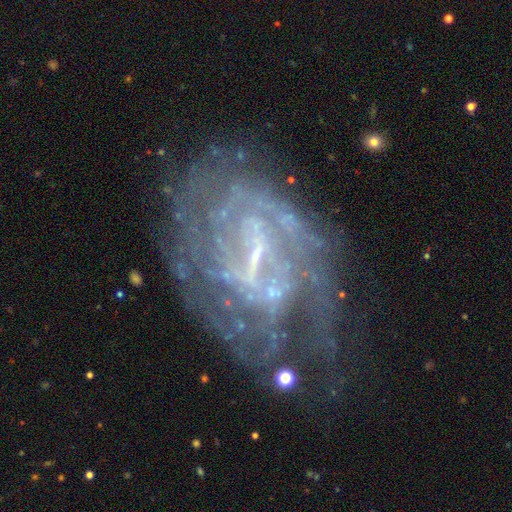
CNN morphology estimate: A featured or disk galaxy (83%) with a weak bar (46%), tight (53%) spiral arms (79%) and a small central bulge (52%). Merging: none (50%).